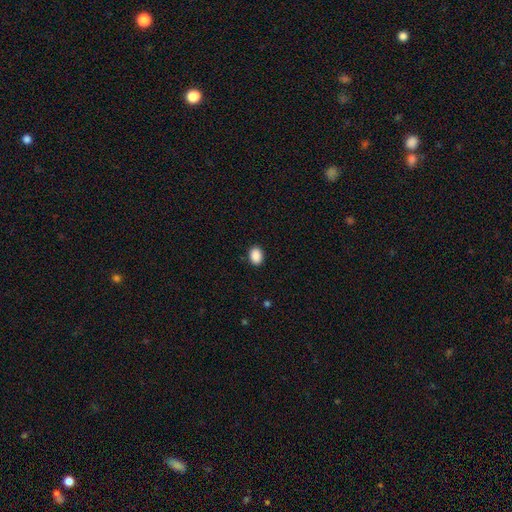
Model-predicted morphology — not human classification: smooth 90%, star or artifact 8%, featured or disk 2%. Down the decision tree: how rounded — in between (62%); merging — none (90%).